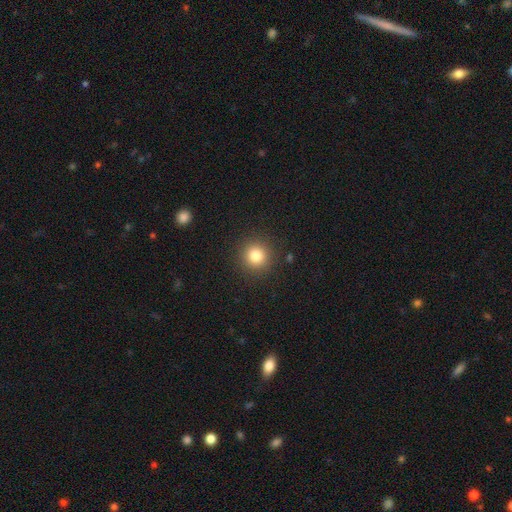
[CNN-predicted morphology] smooth_or_featured: smooth (p=0.81) [alt: star or artifact p=0.12]
how_rounded: round (p=0.94) [alt: in between p=0.05]
merging: none (p=0.91) [alt: minor disturbance p=0.06]